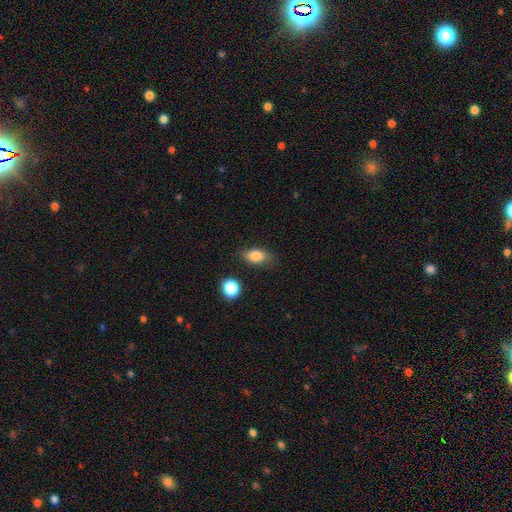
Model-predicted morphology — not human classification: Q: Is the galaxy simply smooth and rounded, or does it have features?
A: smooth — 85%.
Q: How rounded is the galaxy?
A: in between — 86%.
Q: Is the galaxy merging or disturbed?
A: none — 75%.